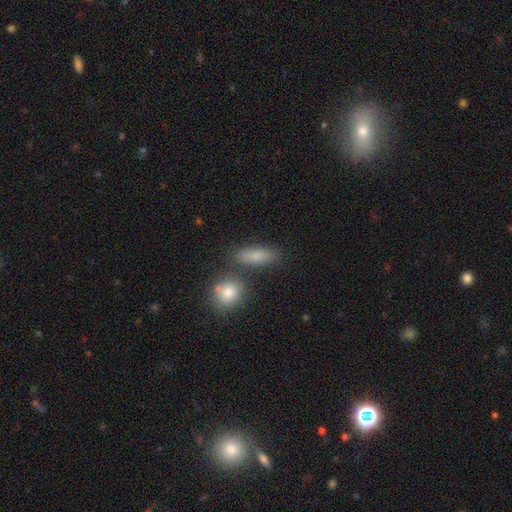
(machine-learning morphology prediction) Smooth or featured: smooth — 81% (featured or disk — 10%)
How rounded: in between — 57% (cigar-shaped — 36%)
Merging: none — 74% (merger — 11%)